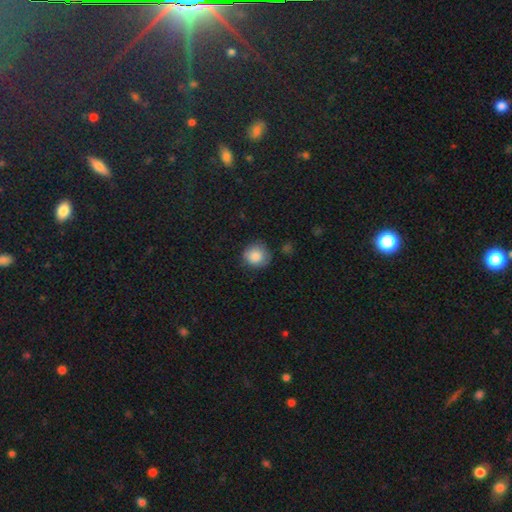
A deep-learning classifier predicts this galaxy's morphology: A smooth galaxy with no disk features (87%) that is round (91%). Merging: none (77%).